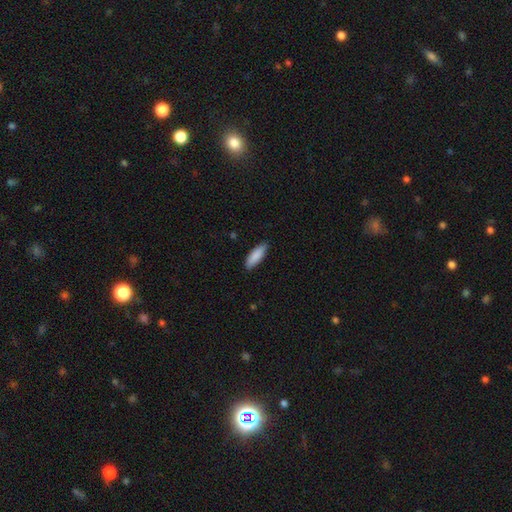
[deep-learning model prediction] This is clearly a smooth galaxy (89%). How rounded: possibly in between (59%). Merging: clearly none (84%).